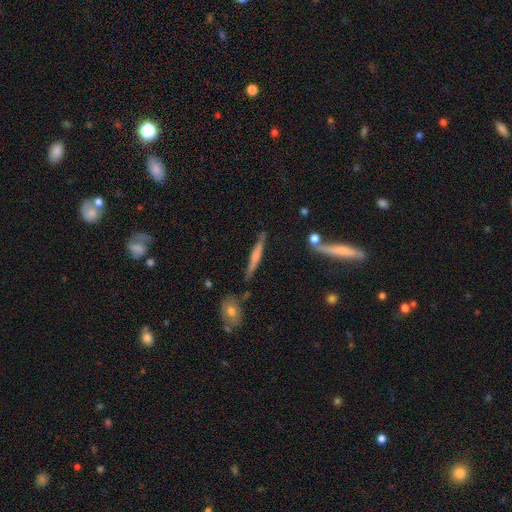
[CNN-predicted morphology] Smooth or featured: featured or disk — 48% (smooth — 46%)
Merging: none — 78% (minor disturbance — 14%)